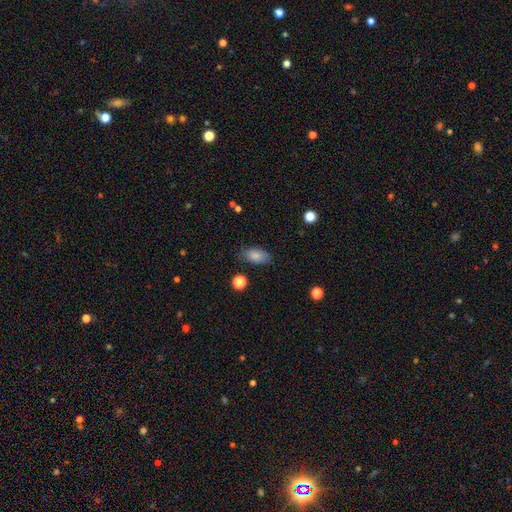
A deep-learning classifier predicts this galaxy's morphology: smooth_or_featured: smooth (p=0.84) [alt: star or artifact p=0.08]
how_rounded: in between (p=0.91) [alt: round p=0.06]
merging: none (p=0.78) [alt: minor disturbance p=0.17]